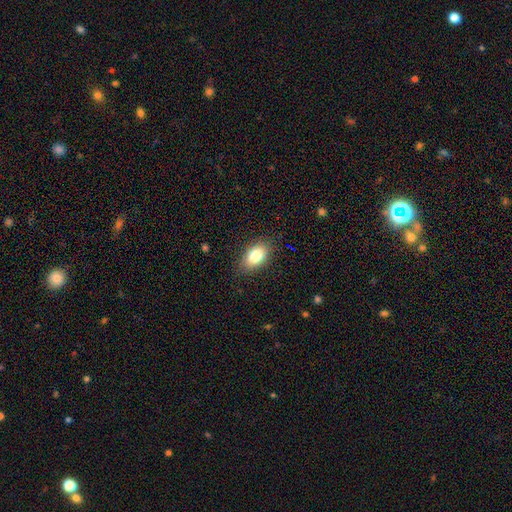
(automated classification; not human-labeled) Smooth or featured? Predicted: smooth (p=0.83). How rounded? Predicted: in between (p=0.91). Merging? Predicted: none (p=0.83).